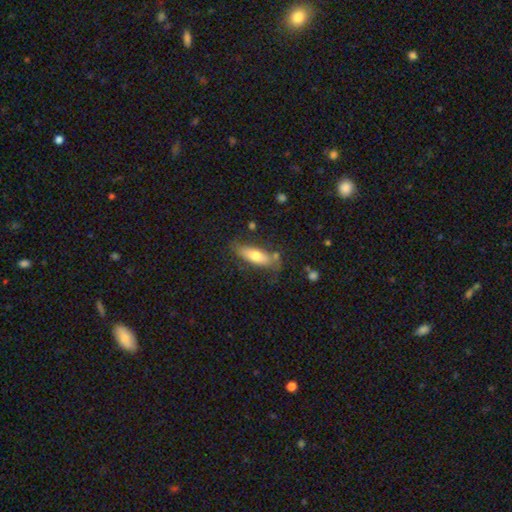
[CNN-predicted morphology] smooth_or_featured: smooth (p=0.65) [alt: featured or disk p=0.29]
how_rounded: in between (p=0.59) [alt: cigar-shaped p=0.39]
merging: none (p=0.67) [alt: minor disturbance p=0.21]